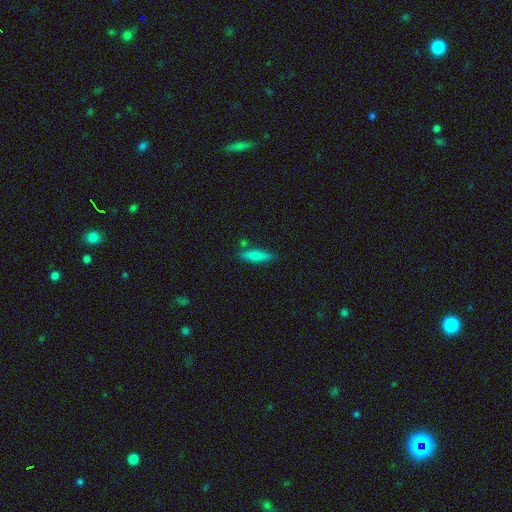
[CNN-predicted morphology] This is likely a smooth galaxy (74%). How rounded: likely cigar-shaped (72%). Merging: likely none (79%).